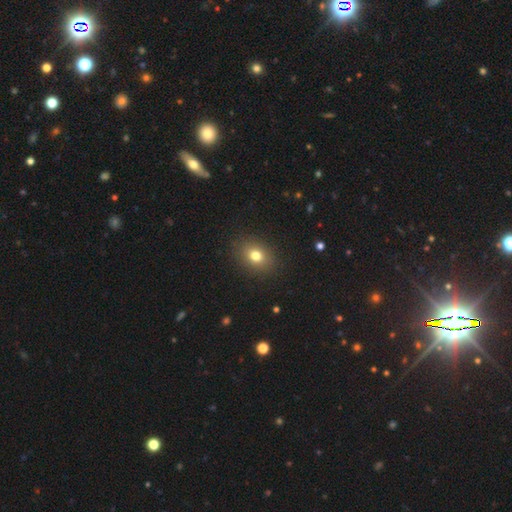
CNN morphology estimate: smooth_or_featured: smooth (p=0.77) [alt: star or artifact p=0.12]
how_rounded: in between (p=0.55) [alt: round p=0.44]
merging: none (p=0.88) [alt: minor disturbance p=0.08]